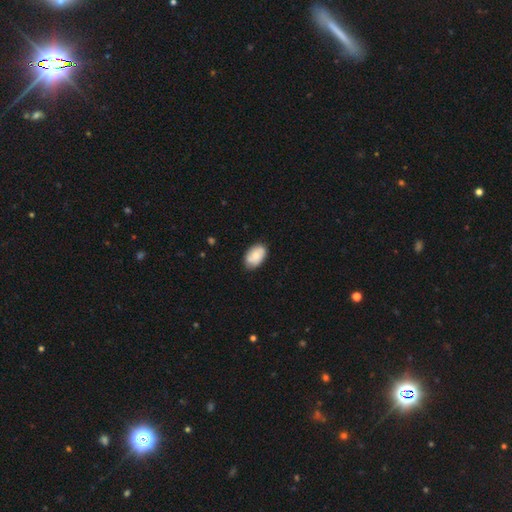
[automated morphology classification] Q: Smooth or featured?
A: smooth (65%); runner-up: featured or disk (28%)
Q: How rounded?
A: in between (88%); runner-up: round (10%)
Q: Merging?
A: none (74%); runner-up: minor disturbance (20%)